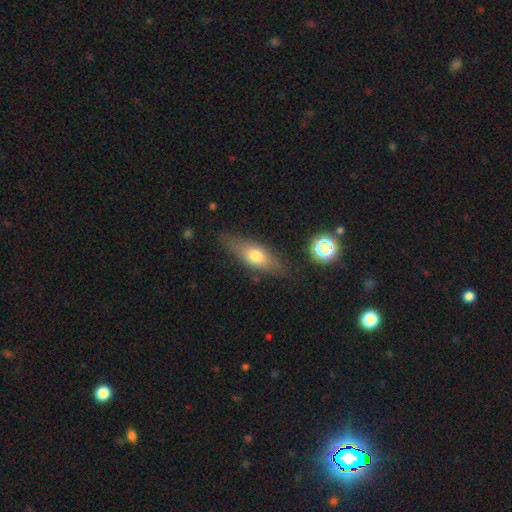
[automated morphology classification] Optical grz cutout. It shows a smooth galaxy with no disk features (60%) that is in between round and cigar-shaped (58%). Merging: none (77%).